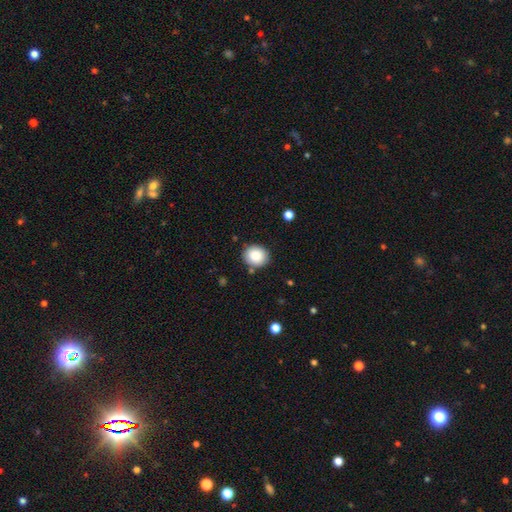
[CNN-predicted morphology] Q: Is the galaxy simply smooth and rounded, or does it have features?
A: smooth — 86%.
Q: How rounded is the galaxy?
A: round — 77%.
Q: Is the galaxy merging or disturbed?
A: none — 85%.